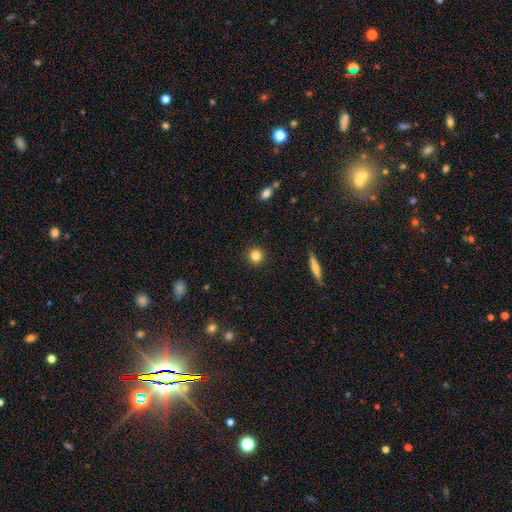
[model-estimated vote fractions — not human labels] smooth-or-featured: smooth: 83% | star or artifact: 11% | featured or disk: 6%
  how-rounded: round: 94% | in between: 5% | cigar-shaped: 1%
  merging: none: 92% | minor disturbance: 5% | major disturbance: 2% | merger: 1%